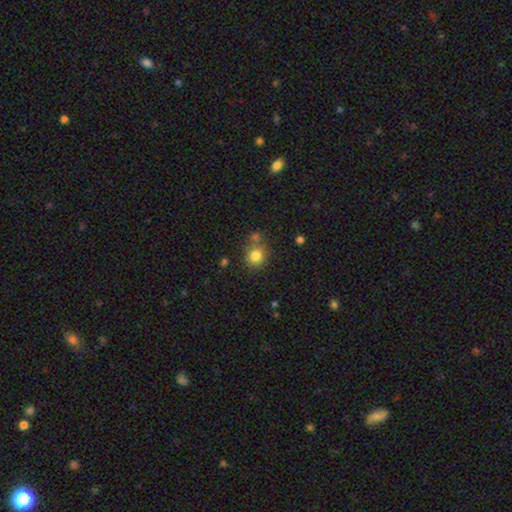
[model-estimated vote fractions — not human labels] Morphology: type=smooth (82%); roundness=round (85%); merging=none (68%).